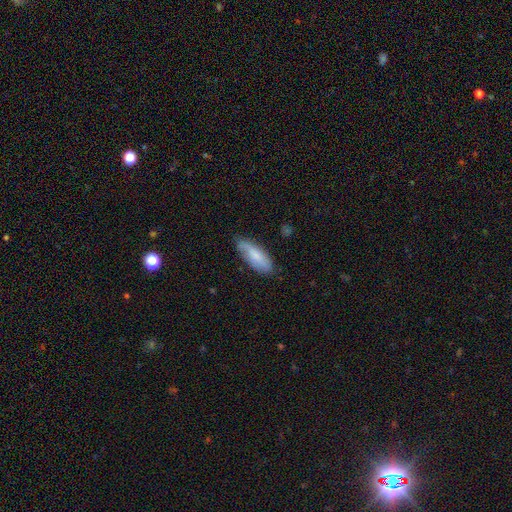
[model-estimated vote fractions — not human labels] Smooth or featured? Predicted: smooth (p=0.68). How rounded? Predicted: in between (p=0.70). Merging? Predicted: none (p=0.69).